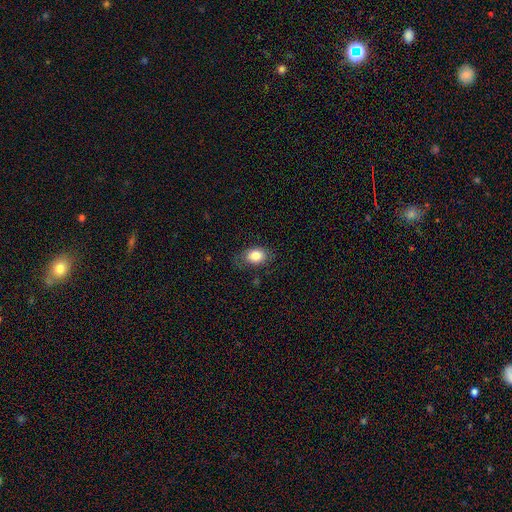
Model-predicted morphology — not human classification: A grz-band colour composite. It shows a smooth galaxy with no disk features (82%) that is in between round and cigar-shaped (74%). Merging: none (73%).